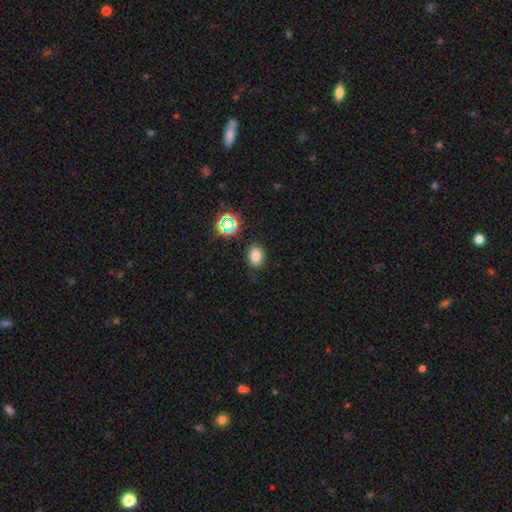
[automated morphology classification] type=smooth (77%); roundness=in between (73%); merging=none (85%).